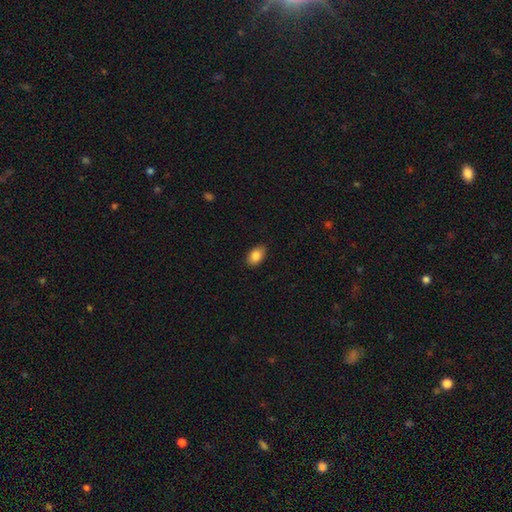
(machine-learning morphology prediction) type=smooth (87%); roundness=in between (89%); merging=none (86%).